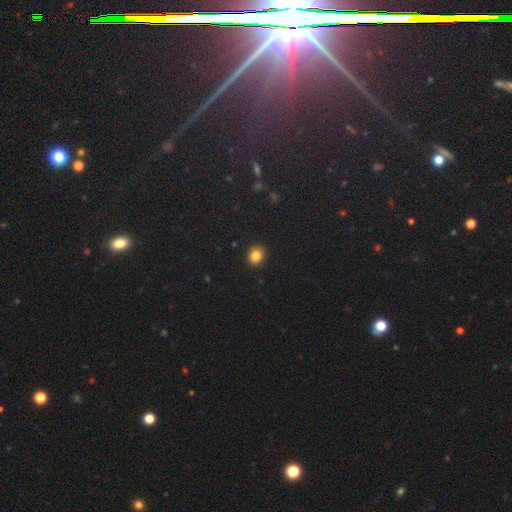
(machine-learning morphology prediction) Q: Smooth or featured?
A: smooth (84%); runner-up: star or artifact (11%)
Q: How rounded?
A: round (70%); runner-up: in between (29%)
Q: Merging?
A: none (91%); runner-up: minor disturbance (6%)